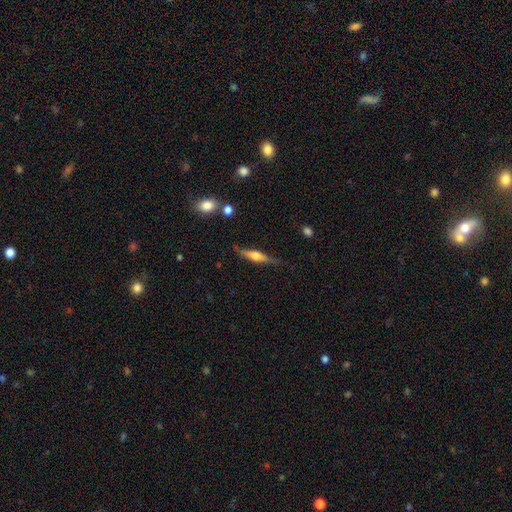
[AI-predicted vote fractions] A featured or disk galaxy (63%) viewed edge-on (96%) with a rounded central bulge (86%). Merging: none (81%).